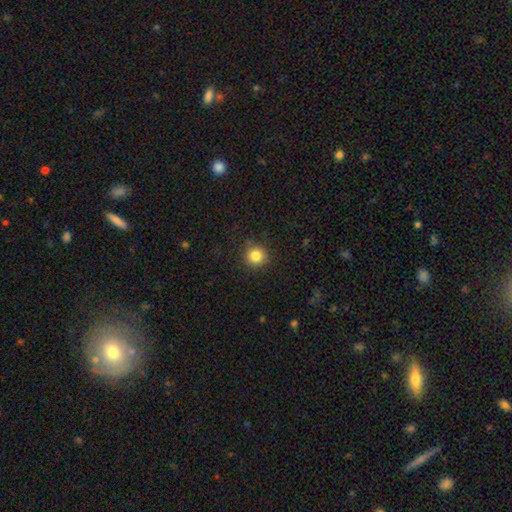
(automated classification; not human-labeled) Smooth or featured: smooth — 83% (star or artifact — 11%)
How rounded: round — 94% (in between — 5%)
Merging: none — 89% (minor disturbance — 8%)